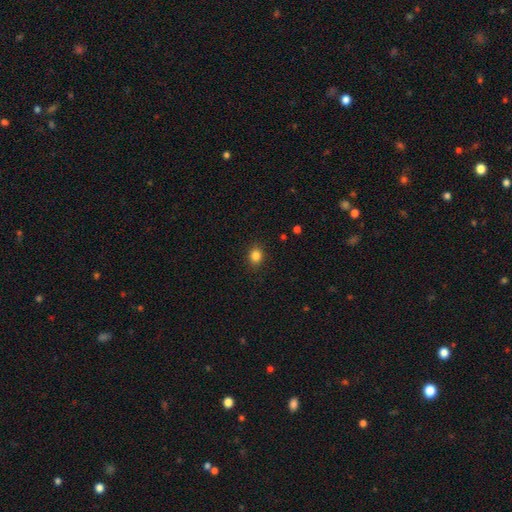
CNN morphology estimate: Smooth or featured? Predicted: smooth (p=0.84). How rounded? Predicted: round (p=0.57). Merging? Predicted: none (p=0.88).